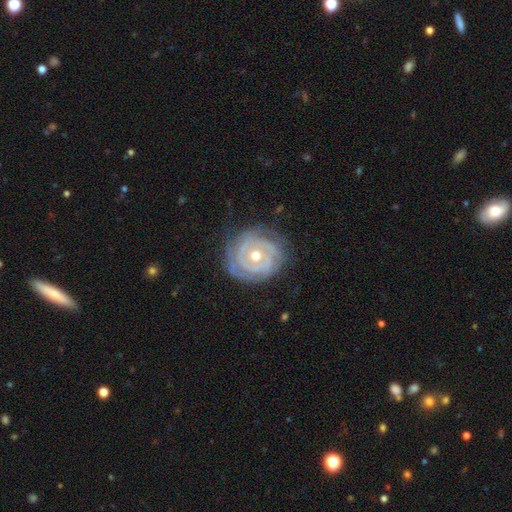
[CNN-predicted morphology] Smooth or featured? Predicted: featured or disk (p=0.88). Edge-on disk? Predicted: no (p=0.97). Bar? Predicted: no (p=0.75). Spiral arms? Predicted: yes (p=0.94). Spiral winding? Predicted: tight (p=0.83). Spiral arm count? Predicted: 2 (p=0.32). Bulge size? Predicted: moderate (p=0.69). Merging? Predicted: none (p=0.77).